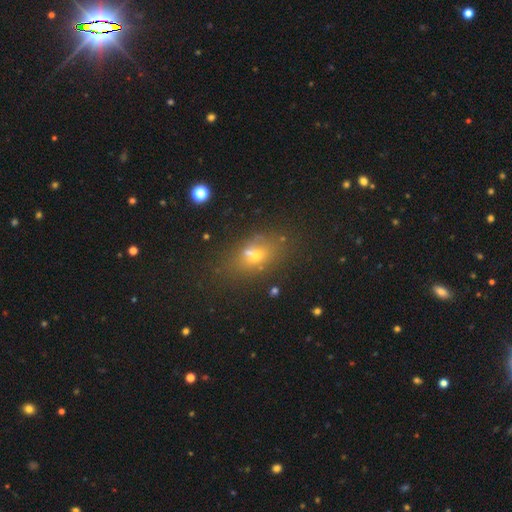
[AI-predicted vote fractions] A smooth galaxy with no disk features (51%) that is in between round and cigar-shaped (74%). Merging: none (57%).